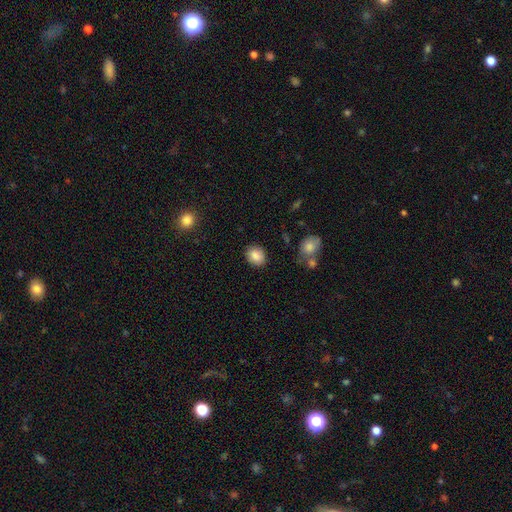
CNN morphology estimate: Smooth or featured?
  - smooth: 85% *
  - star or artifact: 8%
  - featured or disk: 7%
How rounded?
  - round: 56% *
  - in between: 43%
  - cigar-shaped: 1%
Merging?
  - none: 86% *
  - minor disturbance: 9%
  - major disturbance: 2%
  - merger: 2%